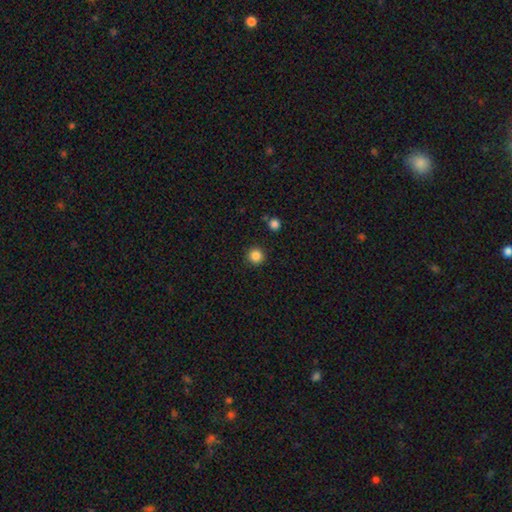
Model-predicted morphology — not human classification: smooth-or-featured: smooth: 85% | star or artifact: 11% | featured or disk: 4%
  how-rounded: round: 96% | in between: 4% | cigar-shaped: 1%
  merging: none: 91% | minor disturbance: 5% | merger: 2% | major disturbance: 2%